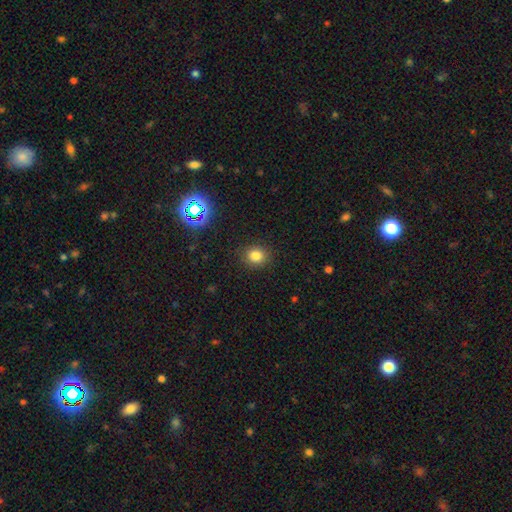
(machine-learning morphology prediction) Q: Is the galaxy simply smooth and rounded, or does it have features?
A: smooth — 81%.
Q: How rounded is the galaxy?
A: round — 79%.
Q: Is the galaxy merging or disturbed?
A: none — 89%.